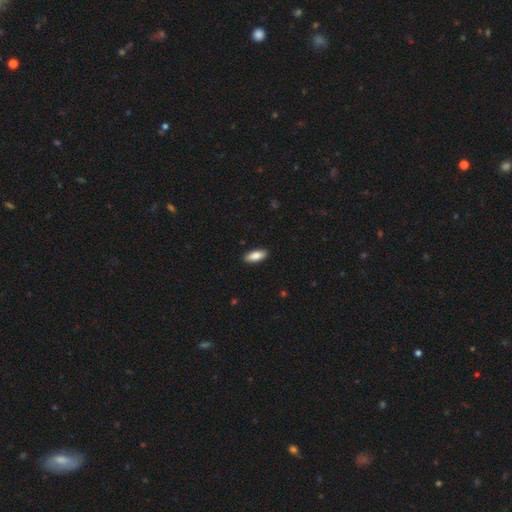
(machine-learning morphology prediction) The model was most divided on "how rounded": in between: 80%, cigar-shaped: 18%, round: 2%. More confident: merging — none (90%); smooth or featured — smooth (86%).